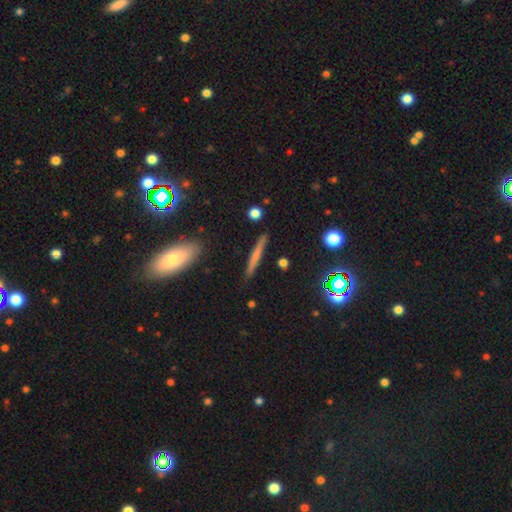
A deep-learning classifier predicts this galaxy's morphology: Q: Smooth or featured?
A: smooth (56%); runner-up: featured or disk (35%)
Q: How rounded?
A: cigar-shaped (94%); runner-up: in between (4%)
Q: Merging?
A: none (89%); runner-up: minor disturbance (8%)